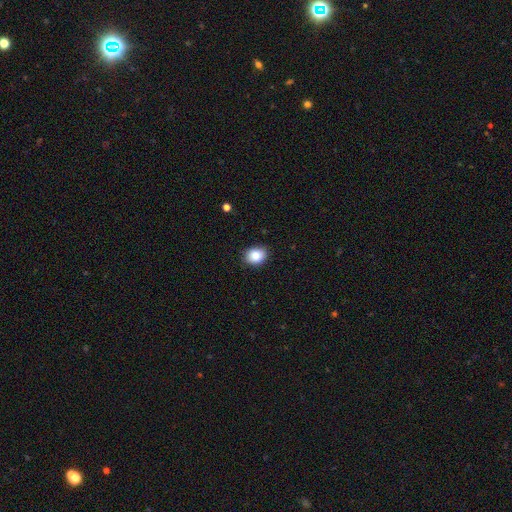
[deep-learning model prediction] smooth 83%, star or artifact 9%, featured or disk 7%. Down the decision tree: how rounded — round (53%); merging — none (87%).